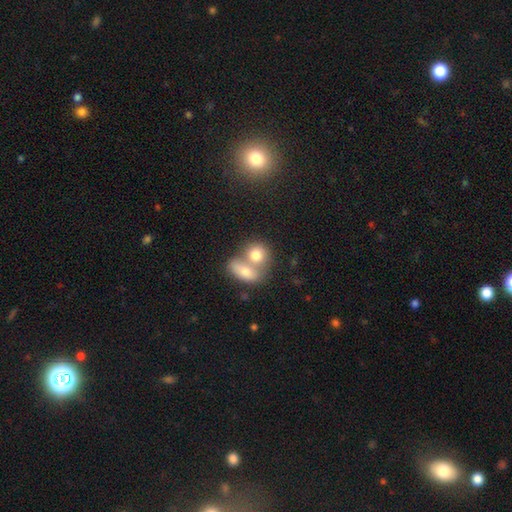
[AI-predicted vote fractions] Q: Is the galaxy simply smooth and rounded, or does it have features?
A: smooth — 75%.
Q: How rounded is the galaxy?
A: in between — 51%.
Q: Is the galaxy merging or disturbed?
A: merger — 66%.